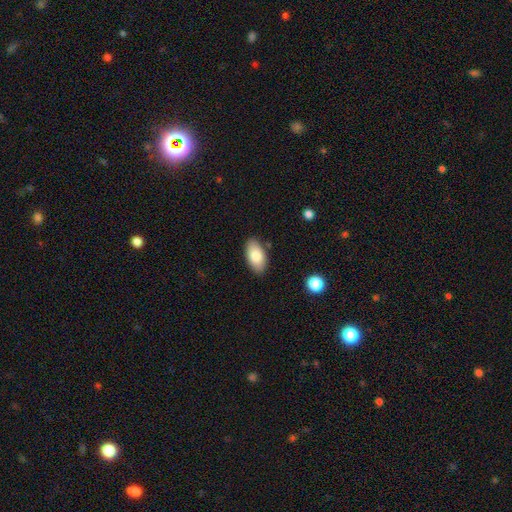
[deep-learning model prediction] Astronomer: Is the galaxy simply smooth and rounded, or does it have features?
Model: smooth — 83%.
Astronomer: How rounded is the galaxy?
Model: in between — 94%.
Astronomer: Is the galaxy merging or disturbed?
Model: none — 85%.